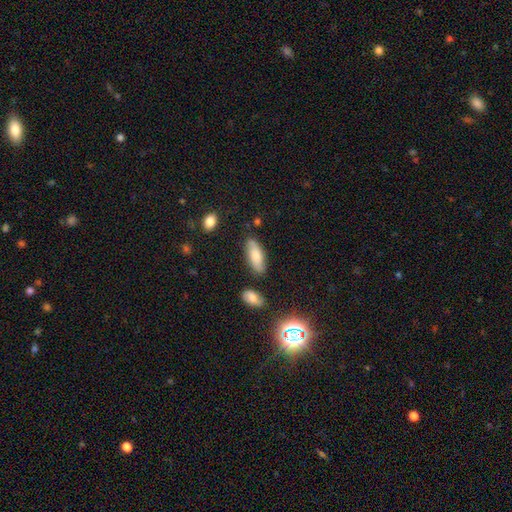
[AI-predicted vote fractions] Overall: smooth (72%). How rounded: in between (77%). Merging: none (79%).